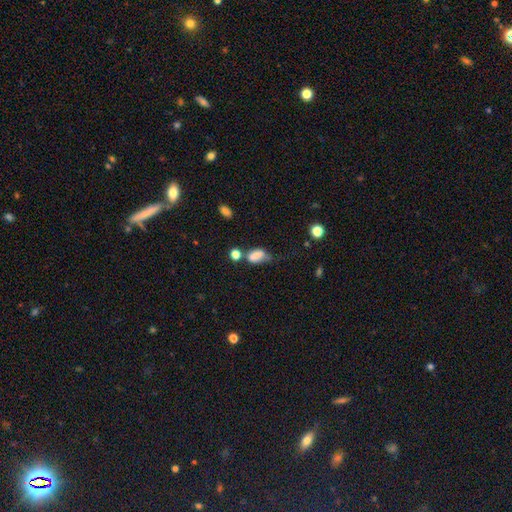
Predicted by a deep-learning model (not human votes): Smooth or featured? Predicted: smooth (p=0.73). How rounded? Predicted: in between (p=0.83). Merging? Predicted: minor disturbance (p=0.29).